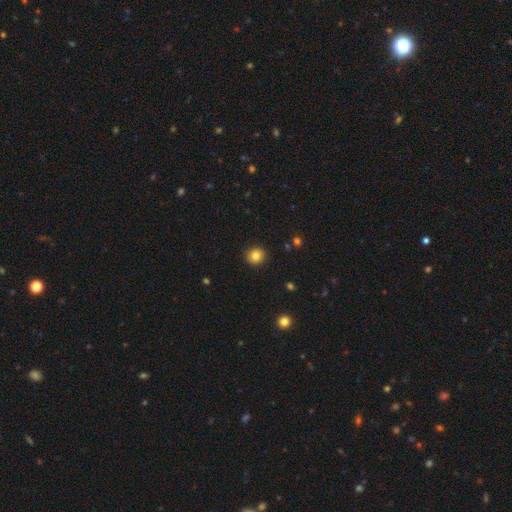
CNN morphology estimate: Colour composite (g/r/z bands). It shows a smooth galaxy with no disk features (82%) that is round (91%). Merging: none (92%).